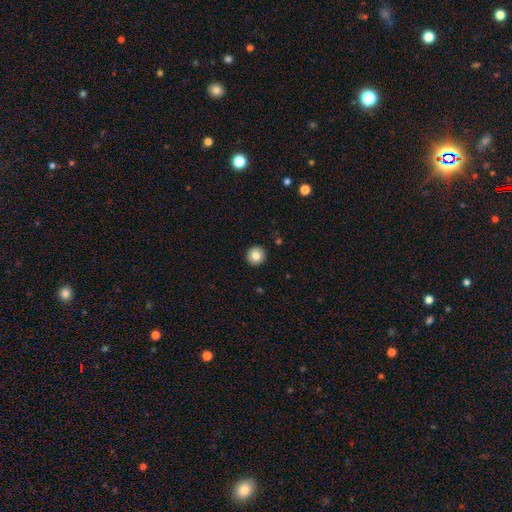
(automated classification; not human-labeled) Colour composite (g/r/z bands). It shows a smooth galaxy with no disk features (83%) that is round (96%). Merging: none (93%).